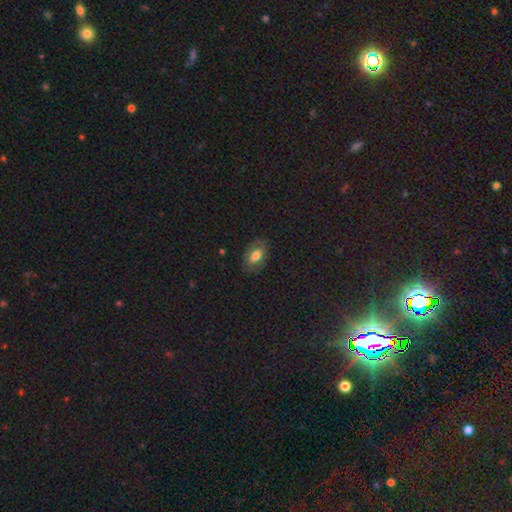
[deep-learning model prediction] Overall: smooth (64%). How rounded: in between (90%). Merging: none (80%).